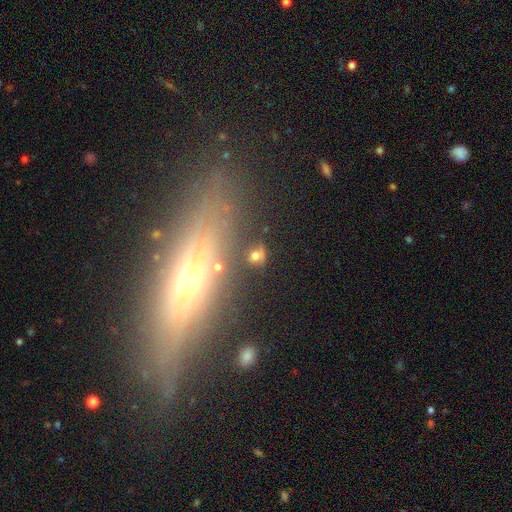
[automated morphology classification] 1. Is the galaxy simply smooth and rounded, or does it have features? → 56% smooth, 22% star or artifact, 22% featured or disk.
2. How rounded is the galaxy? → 62% round, 34% in between, 4% cigar-shaped.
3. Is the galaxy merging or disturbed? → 63% none, 16% minor disturbance, 11% major disturbance, 10% merger.